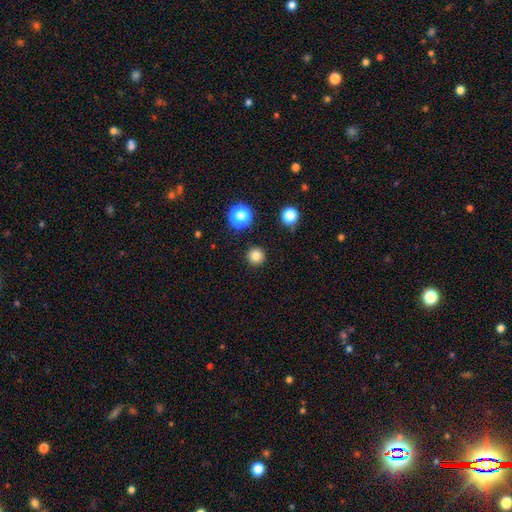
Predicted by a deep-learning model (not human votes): Smooth or featured?
  - smooth: 82% *
  - star or artifact: 14%
  - featured or disk: 5%
How rounded?
  - round: 96% *
  - in between: 3%
  - cigar-shaped: 1%
Merging?
  - none: 92% *
  - minor disturbance: 5%
  - major disturbance: 2%
  - merger: 1%